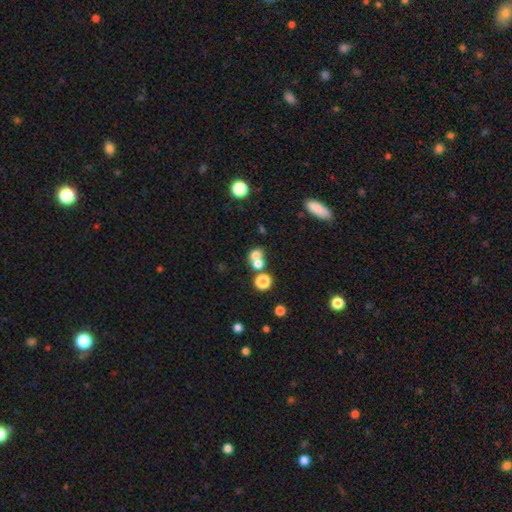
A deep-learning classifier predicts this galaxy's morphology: smooth 70%, star or artifact 16%, featured or disk 13%. Down the decision tree: how rounded — round (67%); merging — merger (51%).